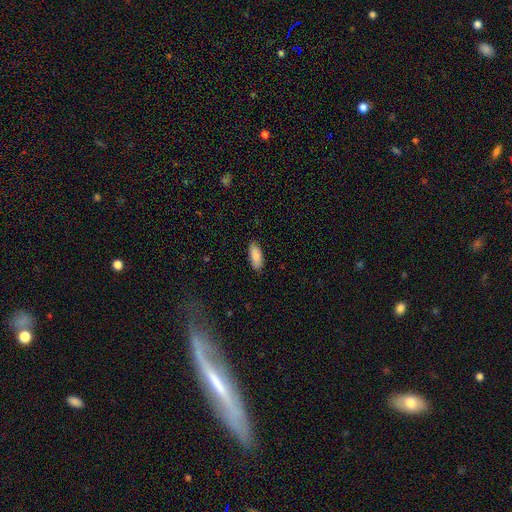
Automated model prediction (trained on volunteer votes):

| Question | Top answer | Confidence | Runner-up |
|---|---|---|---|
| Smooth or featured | smooth | 89% | star or artifact (6%) |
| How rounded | in between | 80% | cigar-shaped (18%) |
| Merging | none | 87% | minor disturbance (10%) |